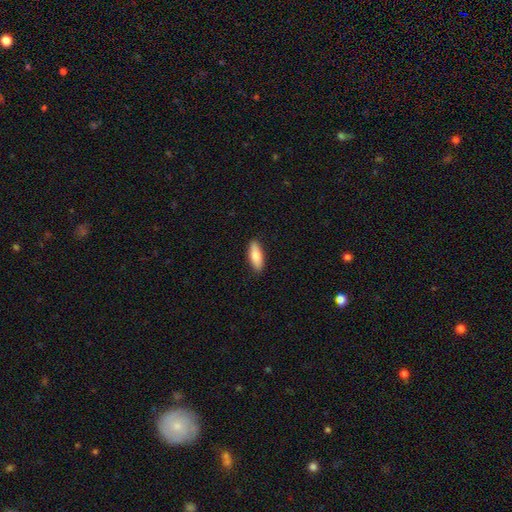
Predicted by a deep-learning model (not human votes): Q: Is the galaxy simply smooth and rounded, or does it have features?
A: smooth — 80%.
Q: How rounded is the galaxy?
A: in between — 63%.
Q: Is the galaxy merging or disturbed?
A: none — 89%.